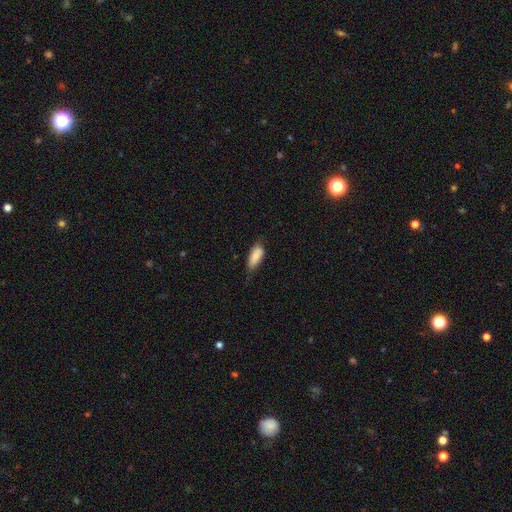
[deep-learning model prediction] Morphology: type=smooth (82%); roundness=in between (79%); merging=none (54%).